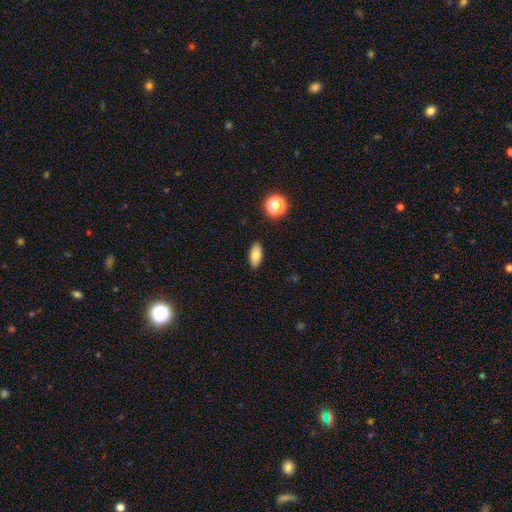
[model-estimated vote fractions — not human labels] Smooth or featured? smooth (79%)
How rounded? in between (86%)
Merging? none (89%)